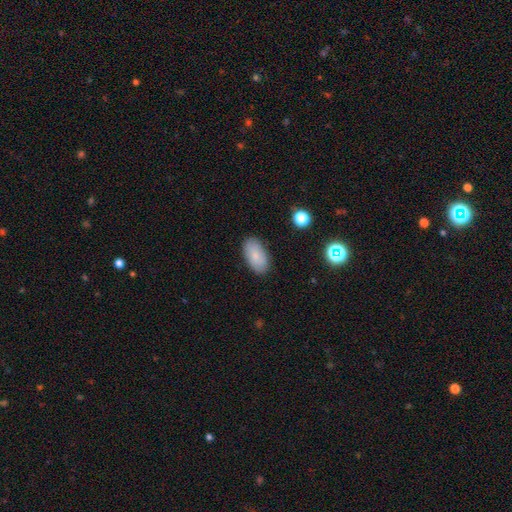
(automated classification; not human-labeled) Q: Smooth or featured?
A: smooth (82%); runner-up: featured or disk (11%)
Q: How rounded?
A: in between (94%); runner-up: round (4%)
Q: Merging?
A: none (87%); runner-up: minor disturbance (10%)